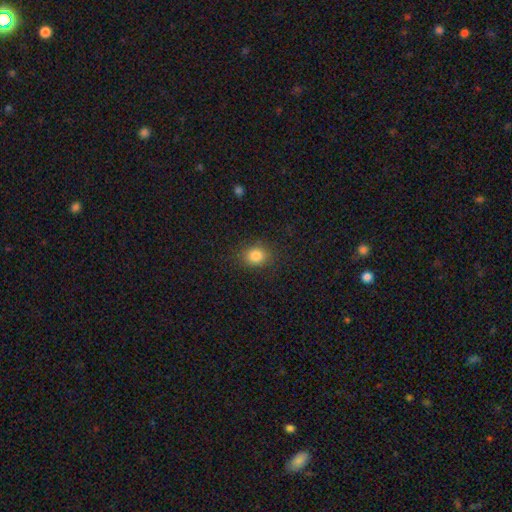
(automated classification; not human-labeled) smooth-or-featured: smooth: 84% | star or artifact: 11% | featured or disk: 5%
  how-rounded: round: 66% | in between: 33% | cigar-shaped: 1%
  merging: none: 86% | minor disturbance: 9% | major disturbance: 3% | merger: 1%